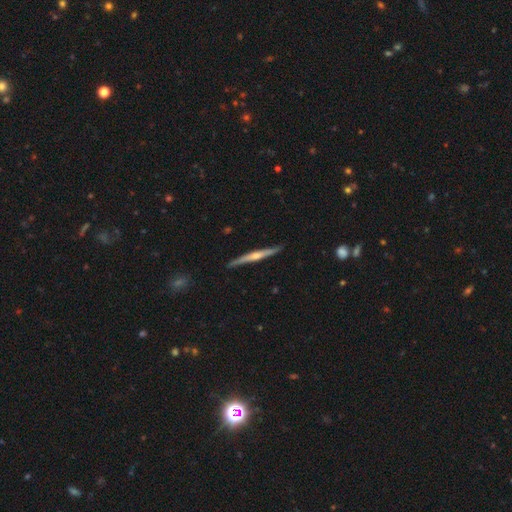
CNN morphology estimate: Smooth or featured?
  - featured or disk: 70% *
  - smooth: 25%
  - star or artifact: 5%
Edge-on disk?
  - yes: 98% *
  - no: 2%
Edge-on bulge?
  - rounded: 72% *
  - none: 18%
  - boxy: 10%
Merging?
  - none: 88% *
  - minor disturbance: 9%
  - major disturbance: 2%
  - merger: 1%